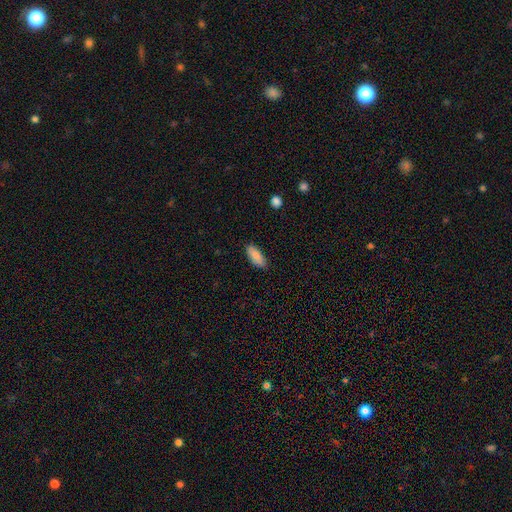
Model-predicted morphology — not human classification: A smooth galaxy with no disk features (87%) that is in between round and cigar-shaped (79%).

Vote fractions:
- Smooth or featured? smooth: 87% / featured or disk: 7% / star or artifact: 6%
- How rounded? in between: 79% / cigar-shaped: 19% / round: 2%
- Merging? none: 85% / minor disturbance: 12% / major disturbance: 2% / merger: 1%